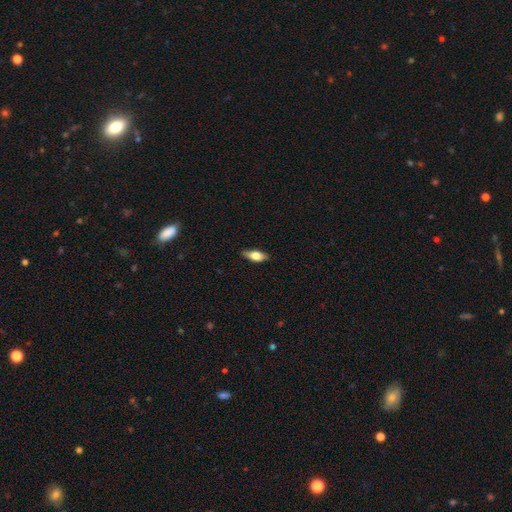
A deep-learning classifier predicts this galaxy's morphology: This is likely a smooth galaxy (67%). How rounded: likely in between (77%). Merging: clearly none (83%).